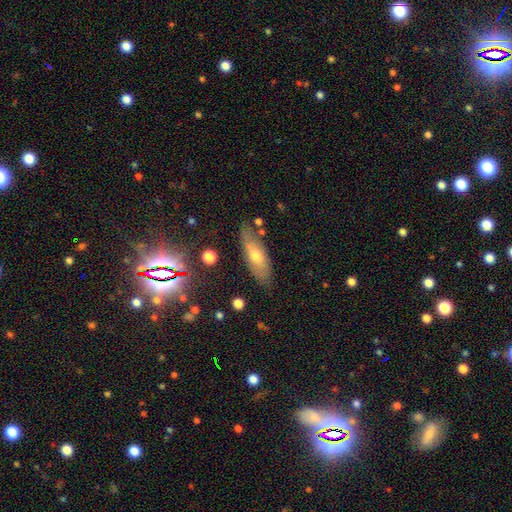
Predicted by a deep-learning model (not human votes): A smooth galaxy with no disk features (57%) that is in between round and cigar-shaped (65%).

Vote fractions:
- Smooth or featured? smooth: 57% / featured or disk: 33% / star or artifact: 10%
- How rounded? in between: 65% / cigar-shaped: 32% / round: 3%
- Merging? none: 76% / minor disturbance: 17% / major disturbance: 4% / merger: 3%